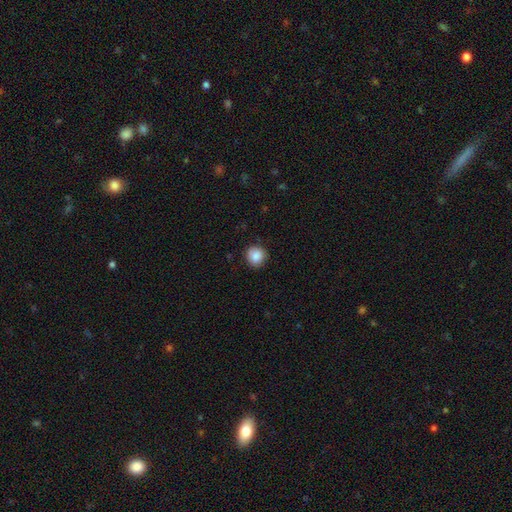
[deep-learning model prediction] smooth-or-featured: smooth: 87% | star or artifact: 8% | featured or disk: 4%
  how-rounded: round: 90% | in between: 9% | cigar-shaped: 1%
  merging: none: 87% | minor disturbance: 10% | major disturbance: 2% | merger: 1%